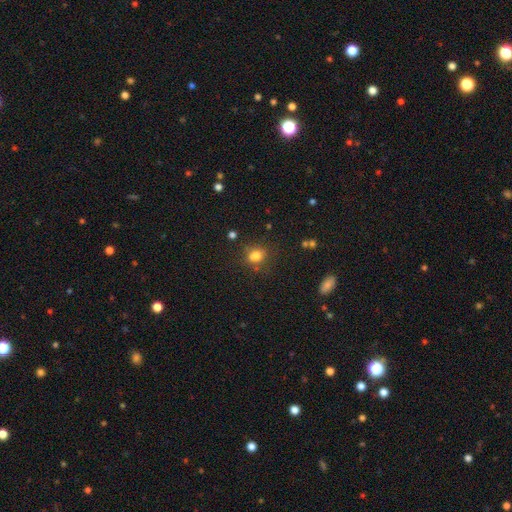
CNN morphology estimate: Smooth or featured? smooth (78%)
How rounded? in between (50%)
Merging? none (69%)